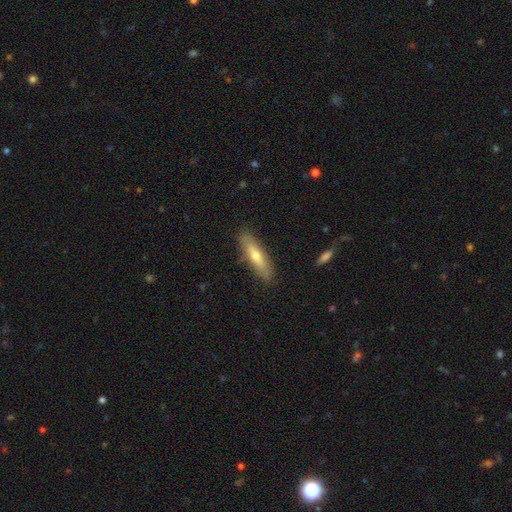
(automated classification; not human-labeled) Morphology: type=smooth (57%); roundness=cigar-shaped (75%); merging=none (85%).